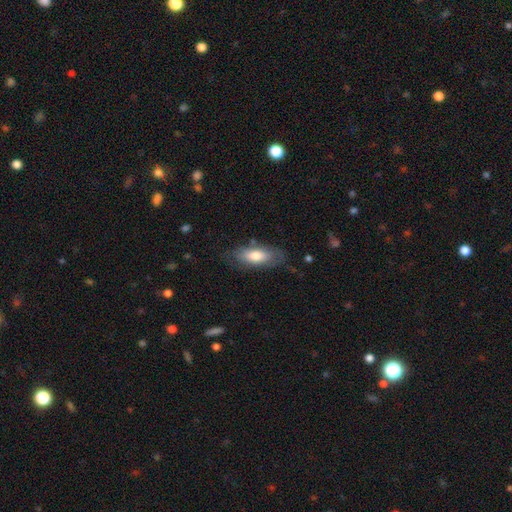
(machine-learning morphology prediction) Smooth or featured? Predicted: smooth (p=0.71). How rounded? Predicted: in between (p=0.80). Merging? Predicted: none (p=0.70).